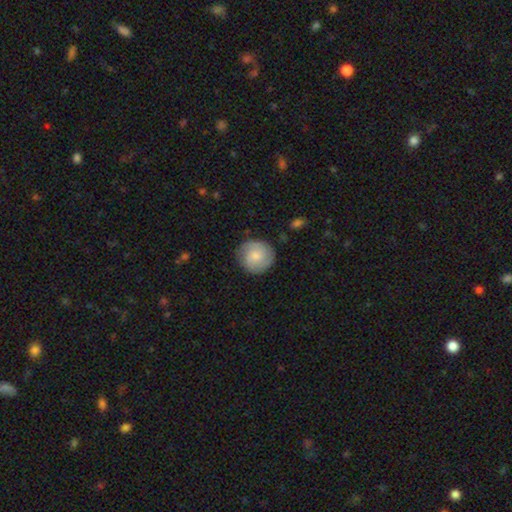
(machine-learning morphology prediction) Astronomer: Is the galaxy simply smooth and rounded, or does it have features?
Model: smooth — 53% (runner-up: featured or disk, 40%).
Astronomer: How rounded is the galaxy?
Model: round — 90%.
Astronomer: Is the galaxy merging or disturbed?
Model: none — 82%.